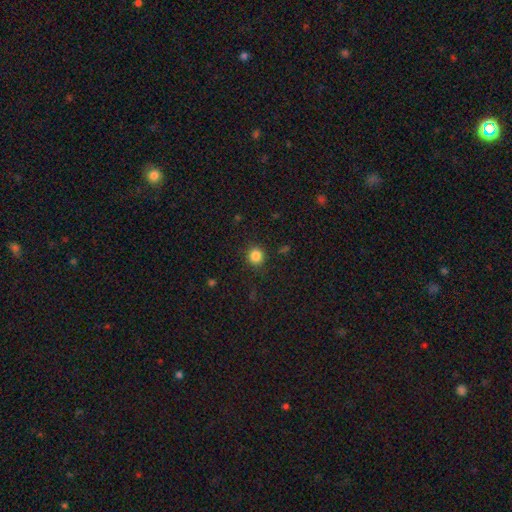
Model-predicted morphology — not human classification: Smooth or featured? smooth (85%)
How rounded? round (92%)
Merging? none (89%)